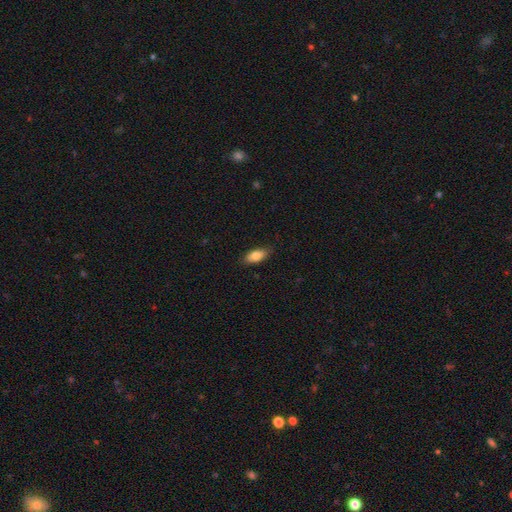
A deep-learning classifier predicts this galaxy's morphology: smooth_or_featured: smooth (p=0.83) [alt: featured or disk p=0.11]
how_rounded: in between (p=0.85) [alt: cigar-shaped p=0.12]
merging: none (p=0.83) [alt: minor disturbance p=0.13]